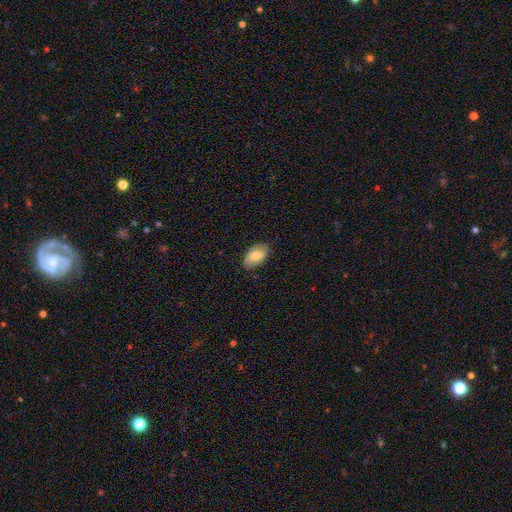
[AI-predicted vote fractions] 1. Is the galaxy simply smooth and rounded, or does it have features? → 76% smooth, 17% featured or disk, 7% star or artifact.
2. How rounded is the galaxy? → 93% in between, 5% round, 2% cigar-shaped.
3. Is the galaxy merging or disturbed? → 81% none, 15% minor disturbance, 3% major disturbance, 1% merger.